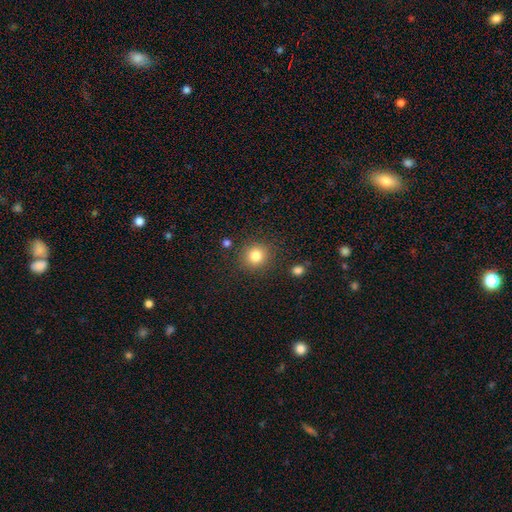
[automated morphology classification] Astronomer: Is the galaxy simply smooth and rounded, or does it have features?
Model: smooth — 82%.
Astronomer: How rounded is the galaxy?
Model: round — 90%.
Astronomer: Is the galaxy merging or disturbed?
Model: none — 87%.